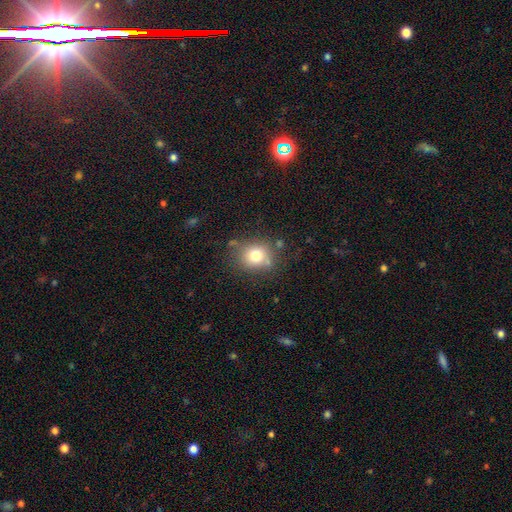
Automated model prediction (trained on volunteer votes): smooth-or-featured: smooth: 75% | star or artifact: 13% | featured or disk: 12%
  how-rounded: round: 74% | in between: 25% | cigar-shaped: 1%
  merging: none: 72% | minor disturbance: 16% | merger: 6% | major disturbance: 6%